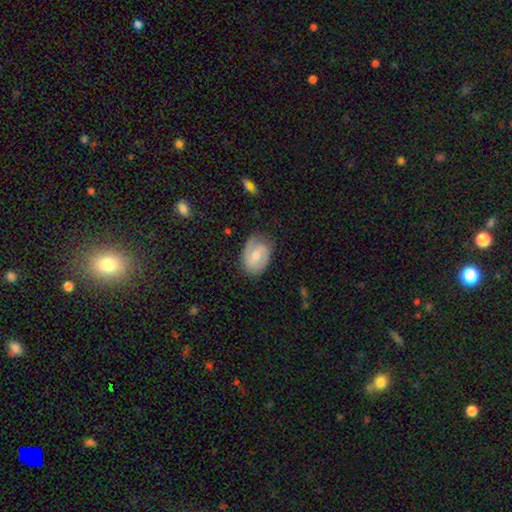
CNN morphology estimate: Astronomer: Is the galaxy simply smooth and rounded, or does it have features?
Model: featured or disk — 60%.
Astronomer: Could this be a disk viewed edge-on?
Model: no — 97%.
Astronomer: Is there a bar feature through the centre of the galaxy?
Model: no — 48% (runner-up: weak, 44%).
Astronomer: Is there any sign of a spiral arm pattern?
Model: yes — 84%.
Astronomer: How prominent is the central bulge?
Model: moderate — 63%.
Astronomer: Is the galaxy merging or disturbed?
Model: none — 70%.